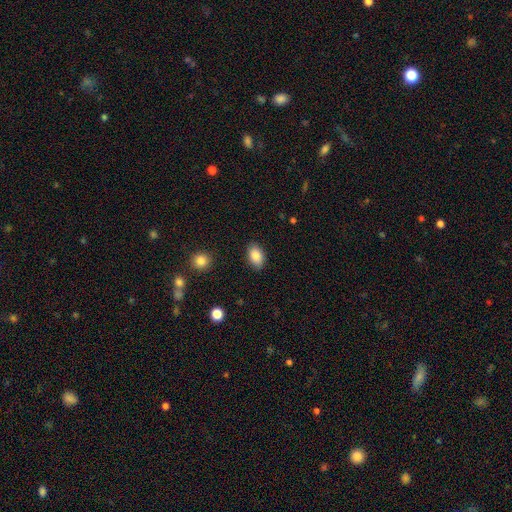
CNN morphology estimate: This appears to be a smooth galaxy with no disk features (86%) that is in between round and cigar-shaped (90%). Merging: none (86%).